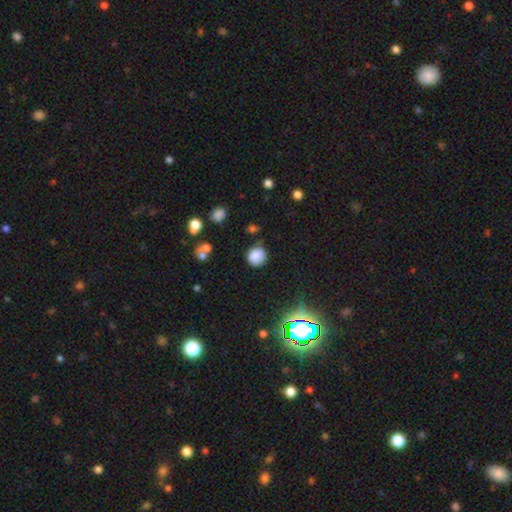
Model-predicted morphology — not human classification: Smooth or featured? smooth (83%)
How rounded? round (87%)
Merging? none (77%)